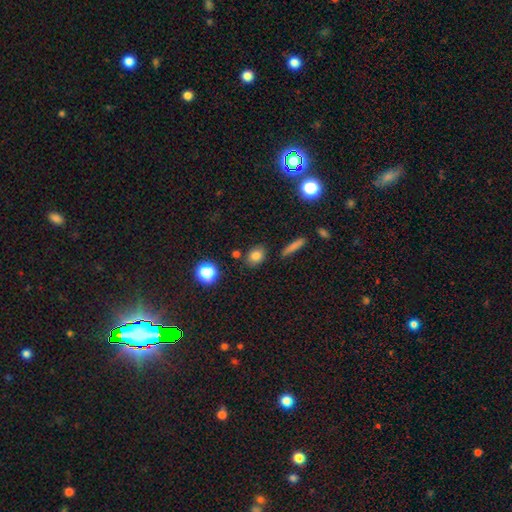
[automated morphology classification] Smooth or featured?
  - smooth: 81% *
  - star or artifact: 12%
  - featured or disk: 7%
How rounded?
  - in between: 58% *
  - round: 40%
  - cigar-shaped: 3%
Merging?
  - none: 80% *
  - minor disturbance: 11%
  - merger: 6%
  - major disturbance: 3%